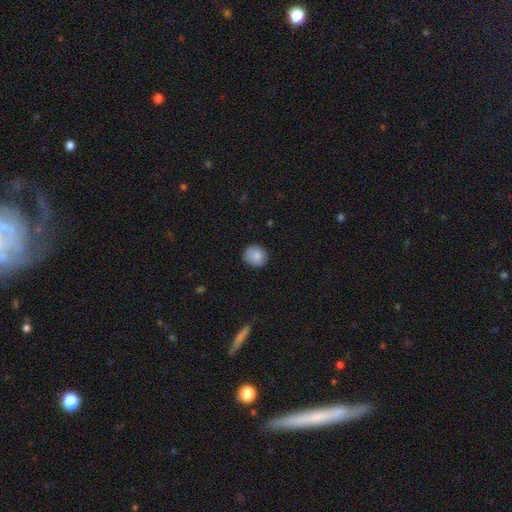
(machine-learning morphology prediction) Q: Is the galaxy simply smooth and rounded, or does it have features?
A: smooth — 86%.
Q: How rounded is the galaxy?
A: round — 82%.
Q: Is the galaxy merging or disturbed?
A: none — 85%.